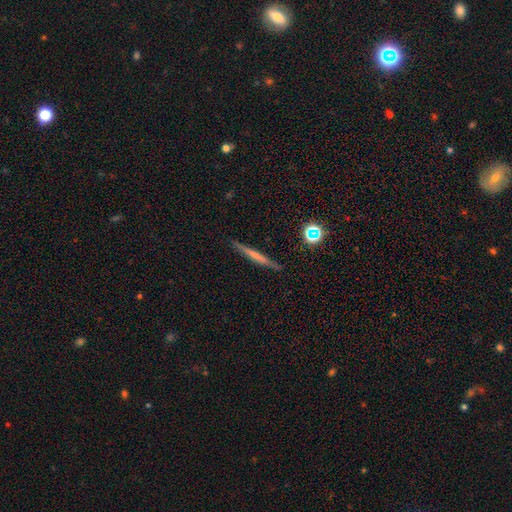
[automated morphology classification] Smooth or featured? smooth (48%)
Merging? none (88%)